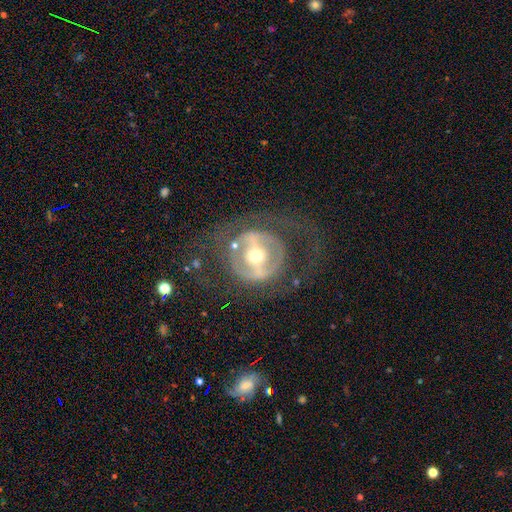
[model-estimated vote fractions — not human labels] Smooth or featured: featured or disk — 78% (smooth — 15%)
Edge-on disk: no — 94% (yes — 6%)
Bar: strong — 51% (weak — 29%)
Spiral arms: no — 57% (yes — 43%)
Bulge size: moderate — 64% (small — 28%)
Merging: none — 59% (major disturbance — 23%)